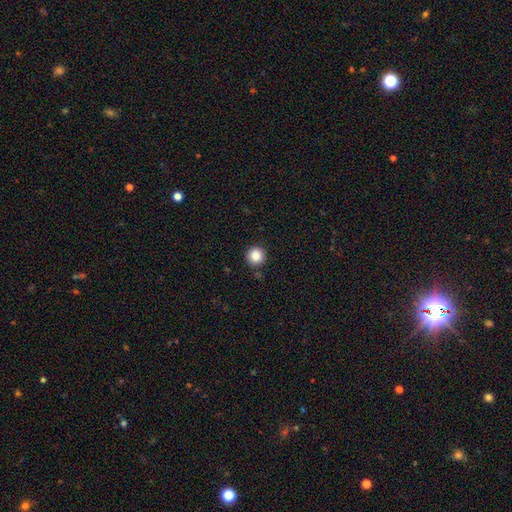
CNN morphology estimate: Smooth or featured? Predicted: smooth (p=0.86). How rounded? Predicted: round (p=0.95). Merging? Predicted: none (p=0.90).